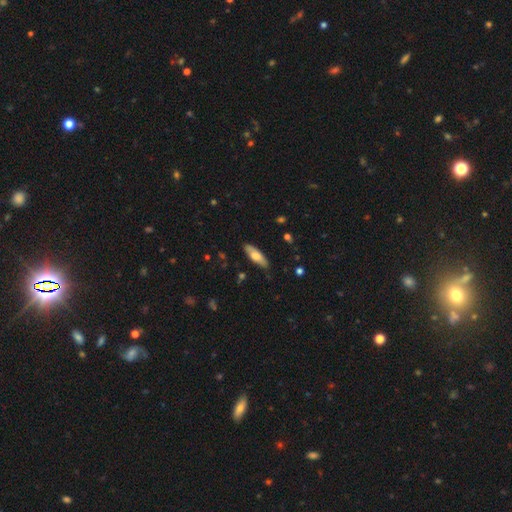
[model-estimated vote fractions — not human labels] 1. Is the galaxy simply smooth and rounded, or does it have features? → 65% smooth, 29% featured or disk, 6% star or artifact.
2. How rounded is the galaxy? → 57% in between, 41% cigar-shaped, 2% round.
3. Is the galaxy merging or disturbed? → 85% none, 12% minor disturbance, 2% major disturbance, 1% merger.